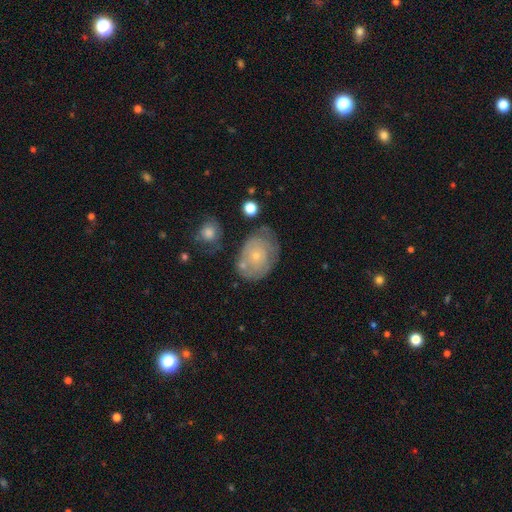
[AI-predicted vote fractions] A featured or disk galaxy (48%). Merging: none (55%).